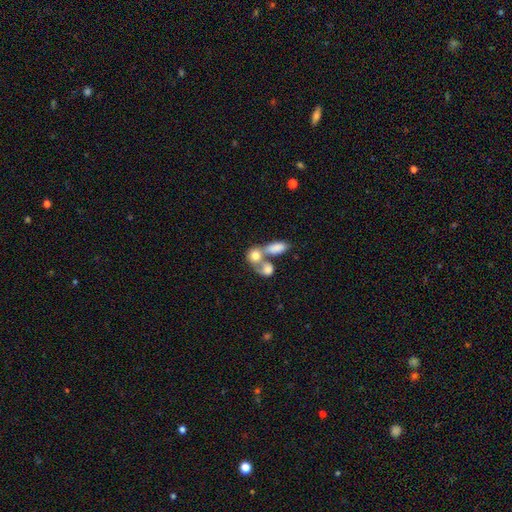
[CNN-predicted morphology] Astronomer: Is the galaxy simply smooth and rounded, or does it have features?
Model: smooth — 74%.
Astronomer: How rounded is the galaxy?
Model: round — 52% (runner-up: in between, 46%).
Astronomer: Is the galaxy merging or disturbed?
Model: merger — 62%.